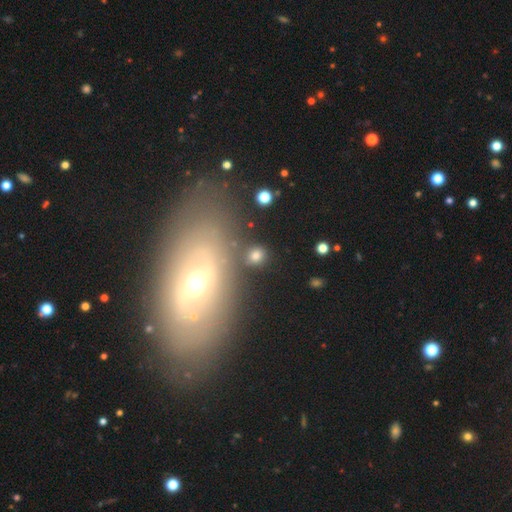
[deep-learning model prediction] The model was most divided on "how rounded": round: 79%, in between: 19%, cigar-shaped: 2%. More confident: merging — none (81%); smooth or featured — smooth (75%).